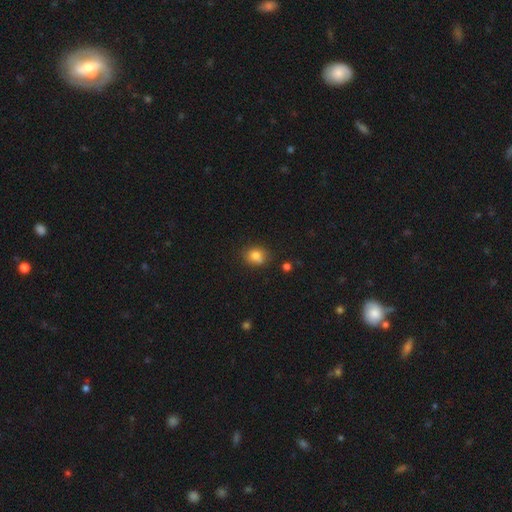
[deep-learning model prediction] Q: Smooth or featured?
A: smooth (78%); runner-up: star or artifact (11%)
Q: How rounded?
A: round (62%); runner-up: in between (37%)
Q: Merging?
A: none (63%); runner-up: minor disturbance (18%)